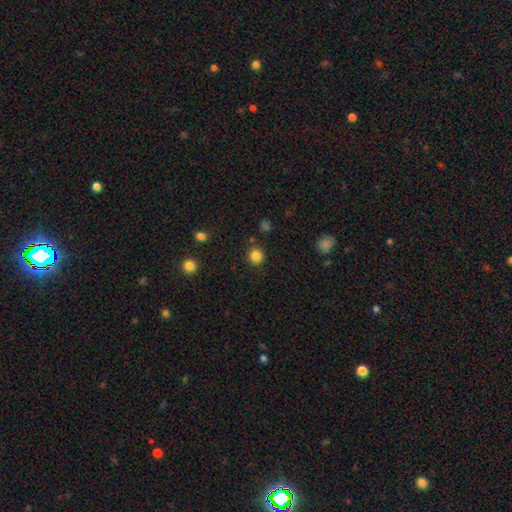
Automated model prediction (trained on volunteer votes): Smooth or featured?
  - smooth: 84% *
  - star or artifact: 12%
  - featured or disk: 4%
How rounded?
  - round: 94% *
  - in between: 6%
  - cigar-shaped: 1%
Merging?
  - none: 89% *
  - minor disturbance: 6%
  - merger: 2%
  - major disturbance: 2%